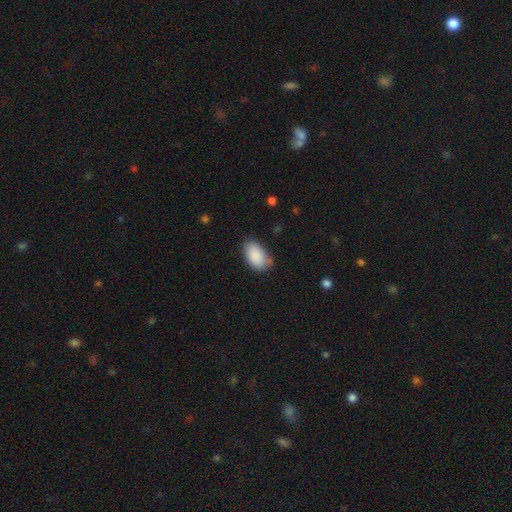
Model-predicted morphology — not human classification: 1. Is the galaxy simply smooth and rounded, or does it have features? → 89% smooth, 7% star or artifact, 5% featured or disk.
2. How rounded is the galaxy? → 94% in between, 5% round, 1% cigar-shaped.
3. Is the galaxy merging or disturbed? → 70% none, 23% minor disturbance, 4% major disturbance, 3% merger.